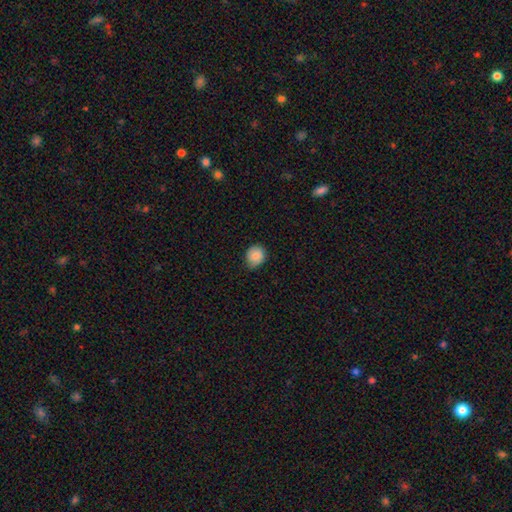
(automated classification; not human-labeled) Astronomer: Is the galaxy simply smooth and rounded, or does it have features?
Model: smooth — 86%.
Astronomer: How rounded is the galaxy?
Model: round — 76%.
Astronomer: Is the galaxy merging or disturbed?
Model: none — 75%.